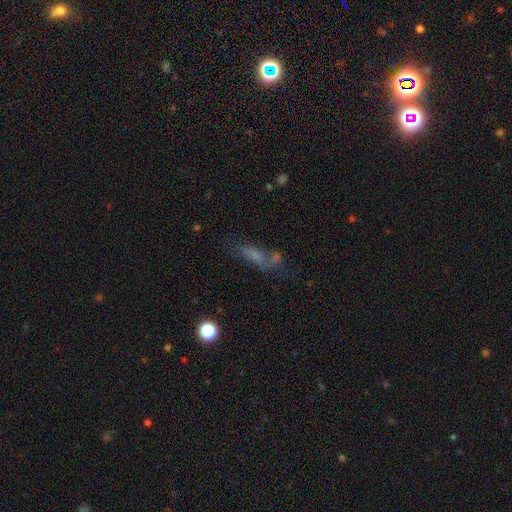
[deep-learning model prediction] The model was most divided on "how rounded": in between: 48%, cigar-shaped: 45%, round: 7%. Remaining: smooth or featured — smooth (50%); merging — none (44%).